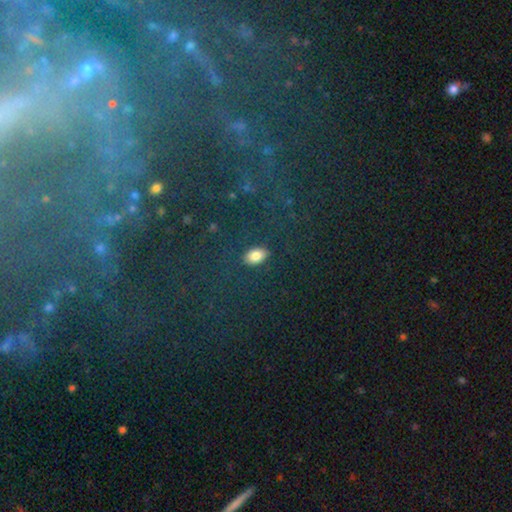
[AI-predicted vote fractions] Smooth or featured? smooth (78%)
How rounded? in between (88%)
Merging? none (86%)